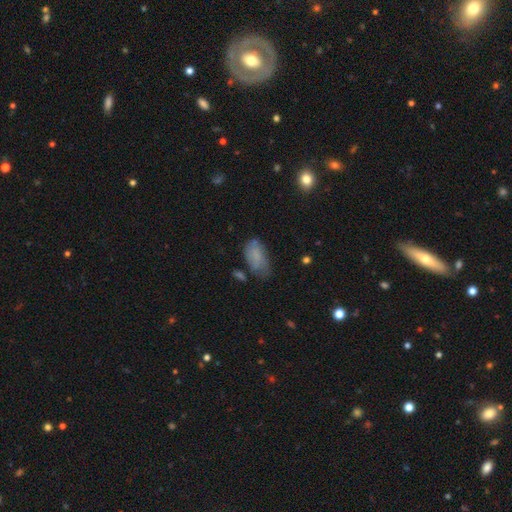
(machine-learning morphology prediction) The model was most divided on "merging": none: 46%, minor disturbance: 35%, major disturbance: 15%, merger: 5%. More confident: how rounded — in between (92%); smooth or featured — smooth (73%).